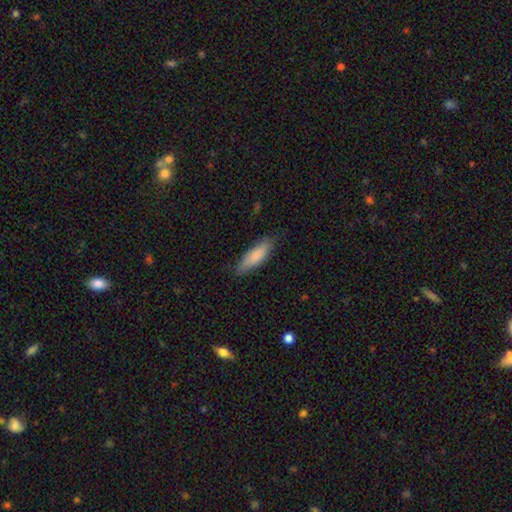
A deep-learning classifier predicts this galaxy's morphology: Smooth or featured? Predicted: smooth (p=0.82). How rounded? Predicted: cigar-shaped (p=0.56). Merging? Predicted: none (p=0.80).